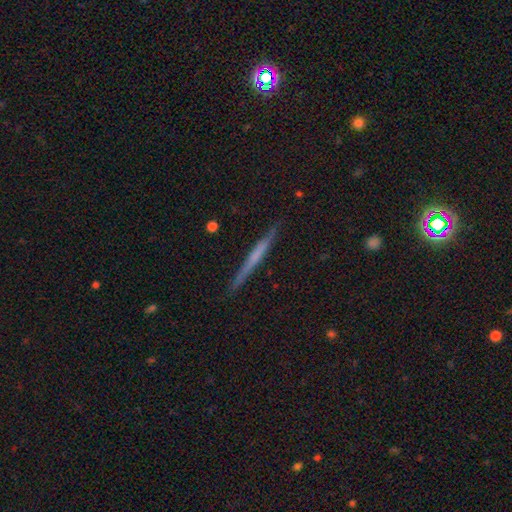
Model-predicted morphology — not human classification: The model was most divided on "smooth or featured": featured or disk: 53%, smooth: 40%, star or artifact: 7%. More confident: edge-on disk — yes (97%); merging — none (90%); edge-on bulge — none (76%).